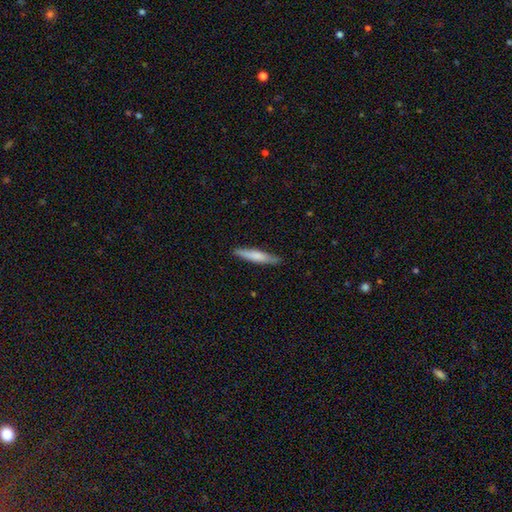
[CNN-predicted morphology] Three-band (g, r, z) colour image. It shows a smooth galaxy with no disk features (67%) that is cigar-shaped (91%). Merging: none (88%).